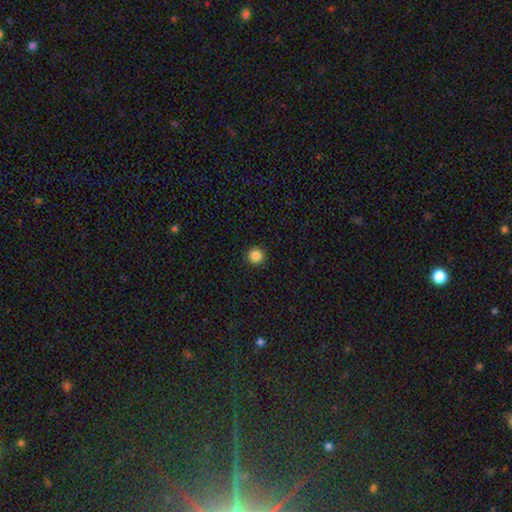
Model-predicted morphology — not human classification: smooth_or_featured: smooth (p=0.86) [alt: star or artifact p=0.11]
how_rounded: round (p=0.96) [alt: in between p=0.03]
merging: none (p=0.93) [alt: minor disturbance p=0.04]